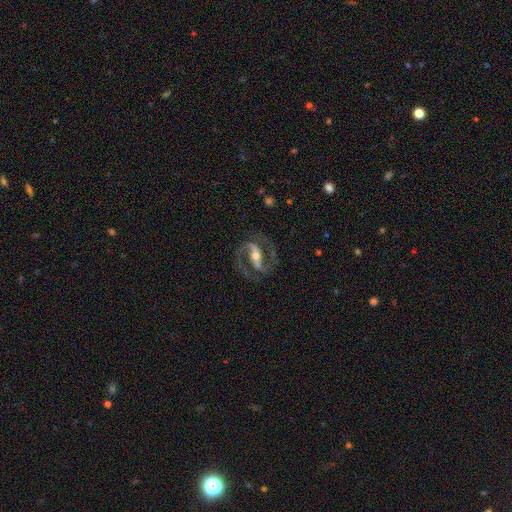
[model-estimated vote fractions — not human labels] Q: Smooth or featured?
A: featured or disk (90%); runner-up: smooth (5%)
Q: Edge-on disk?
A: no (96%); runner-up: yes (4%)
Q: Bar?
A: strong (58%); runner-up: weak (28%)
Q: Spiral arms?
A: yes (97%); runner-up: no (3%)
Q: Spiral winding?
A: medium (64%); runner-up: tight (20%)
Q: Spiral arm count?
A: 2 (93%); runner-up: can't tell (2%)
Q: Bulge size?
A: moderate (64%); runner-up: small (26%)
Q: Merging?
A: none (79%); runner-up: minor disturbance (12%)